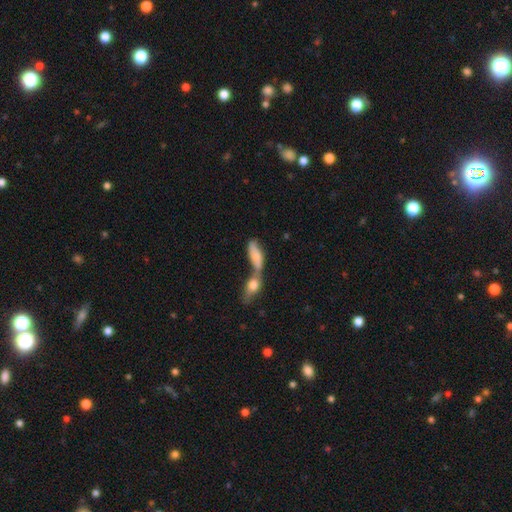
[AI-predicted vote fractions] This appears to be a smooth galaxy with no disk features (69%) that is in between round and cigar-shaped (69%). Merging: merger (72%).